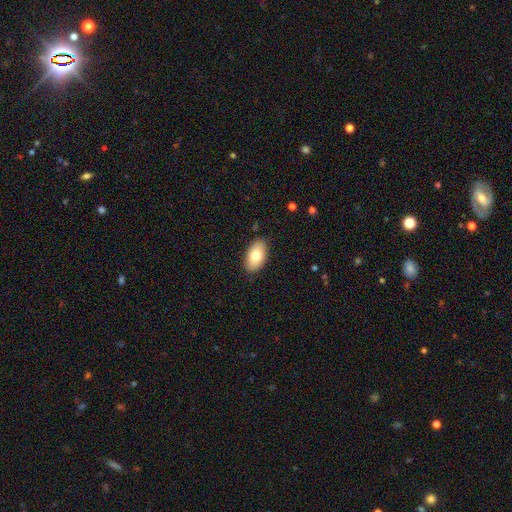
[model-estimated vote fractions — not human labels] A smooth galaxy with no disk features (77%) that is in between round and cigar-shaped (94%).

Vote fractions:
- Smooth or featured? smooth: 77% / featured or disk: 16% / star or artifact: 7%
- How rounded? in between: 94% / round: 5% / cigar-shaped: 2%
- Merging? none: 87% / minor disturbance: 10% / major disturbance: 2% / merger: 1%